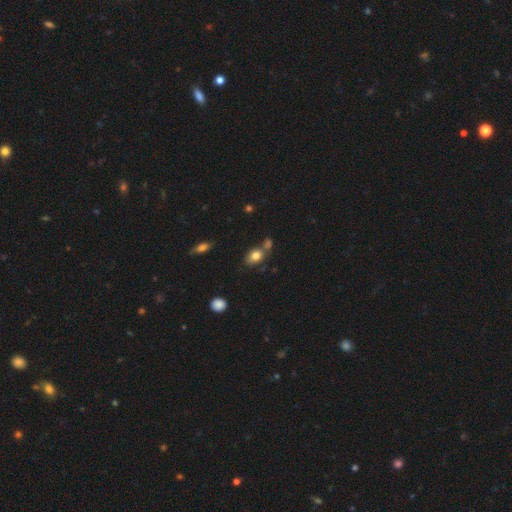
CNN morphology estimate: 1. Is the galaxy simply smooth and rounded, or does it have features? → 81% smooth, 10% star or artifact, 9% featured or disk.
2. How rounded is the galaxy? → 68% in between, 31% round, 2% cigar-shaped.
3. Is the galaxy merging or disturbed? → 54% none, 28% merger, 13% minor disturbance, 4% major disturbance.